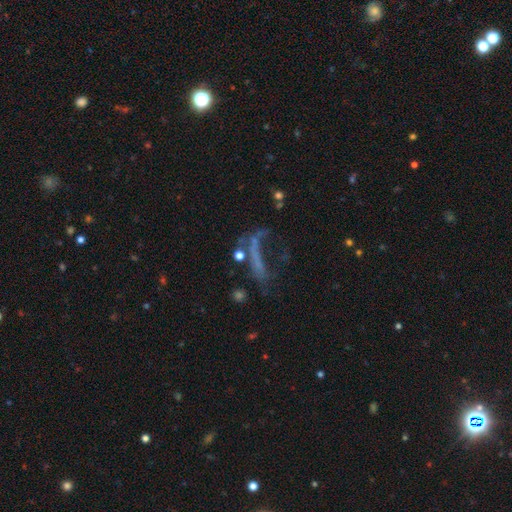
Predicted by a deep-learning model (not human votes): Morphology: type=featured or disk (41%); merging=major disturbance (37%).